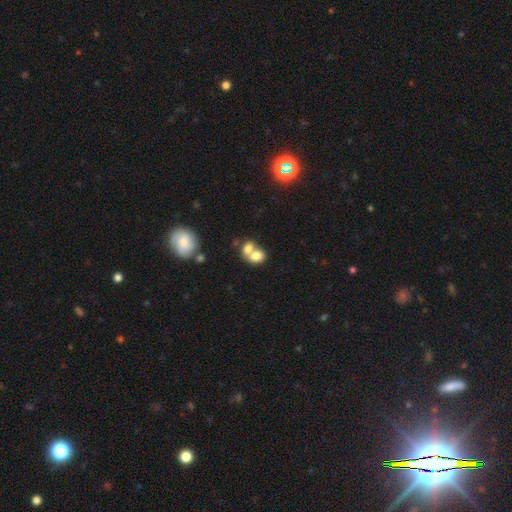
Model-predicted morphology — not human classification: The model was most divided on "how rounded": in between: 53%, round: 46%, cigar-shaped: 1%. More confident: smooth or featured — smooth (74%); merging — merger (67%).